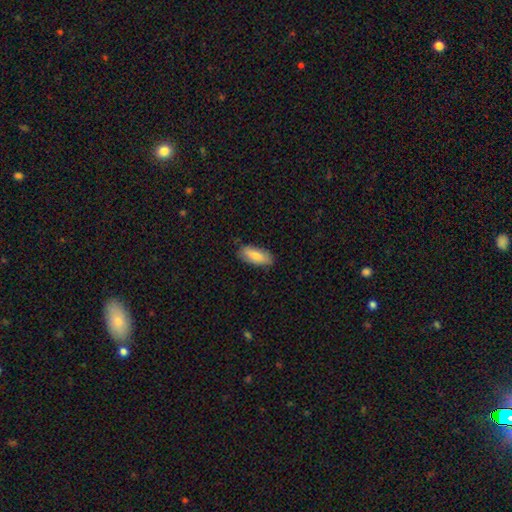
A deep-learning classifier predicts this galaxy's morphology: A smooth galaxy with no disk features (80%) that is in between round and cigar-shaped (81%). Merging: none (82%).